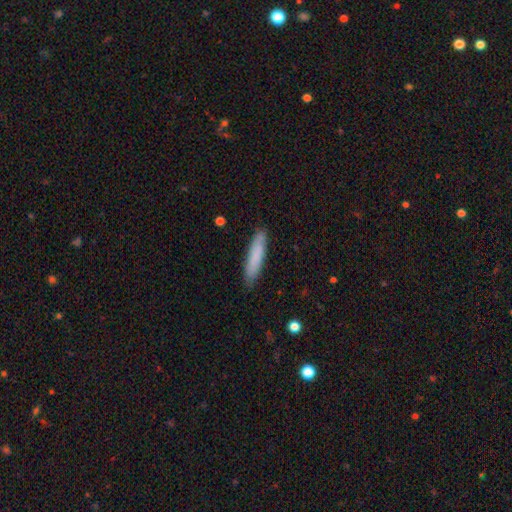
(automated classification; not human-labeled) This appears to be a smooth galaxy with no disk features (82%) that is cigar-shaped (86%). Merging: none (87%).